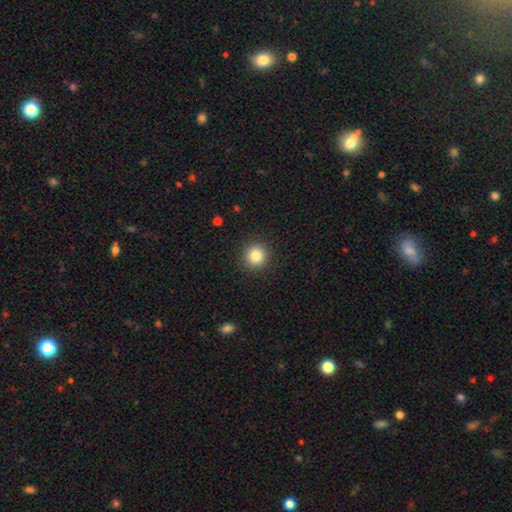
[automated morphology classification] This appears to be a smooth galaxy with no disk features (84%) that is round (94%). Merging: none (91%).